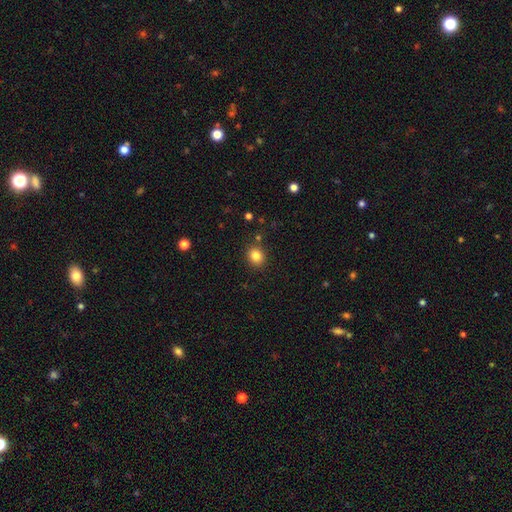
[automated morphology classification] smooth-or-featured: smooth: 83% | star or artifact: 11% | featured or disk: 6%
  how-rounded: round: 76% | in between: 24% | cigar-shaped: 1%
  merging: none: 87% | minor disturbance: 8% | merger: 3% | major disturbance: 2%